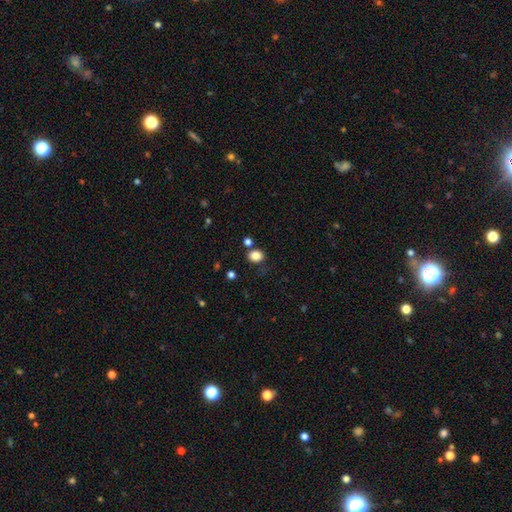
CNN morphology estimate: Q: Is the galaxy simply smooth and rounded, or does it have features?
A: smooth — 84%.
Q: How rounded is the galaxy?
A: round — 57%.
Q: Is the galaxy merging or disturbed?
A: none — 76%.